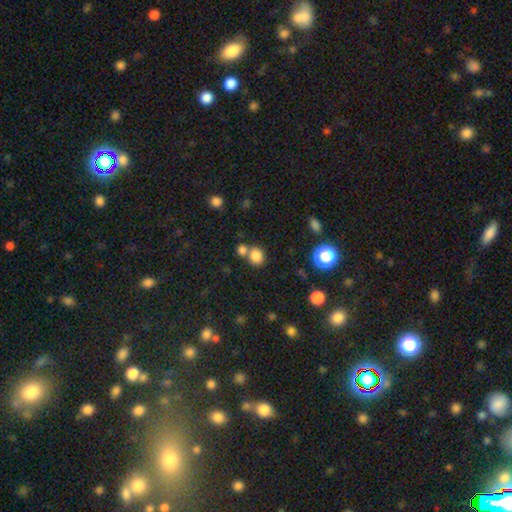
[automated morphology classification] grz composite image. It shows a smooth galaxy with no disk features (82%) that is round (74%). Merging: none (57%).